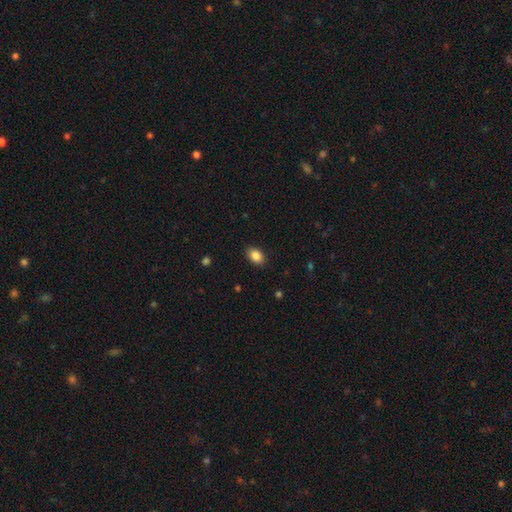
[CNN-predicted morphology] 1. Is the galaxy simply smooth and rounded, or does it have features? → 87% smooth, 8% star or artifact, 5% featured or disk.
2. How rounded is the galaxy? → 83% in between, 16% round, 1% cigar-shaped.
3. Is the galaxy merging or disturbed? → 88% none, 9% minor disturbance, 2% major disturbance, 1% merger.